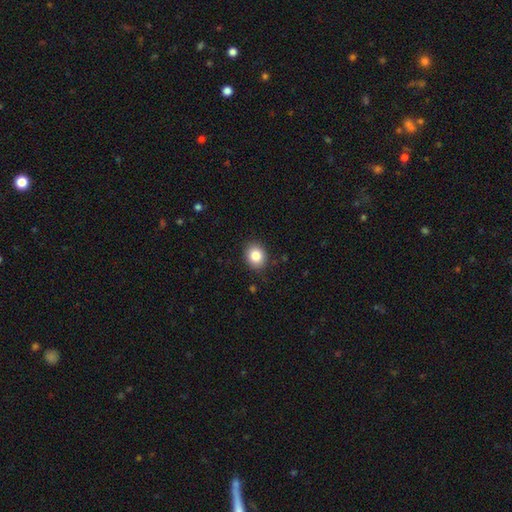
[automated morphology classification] Smooth or featured: smooth — 84% (star or artifact — 9%)
How rounded: round — 60% (in between — 40%)
Merging: none — 88% (minor disturbance — 9%)